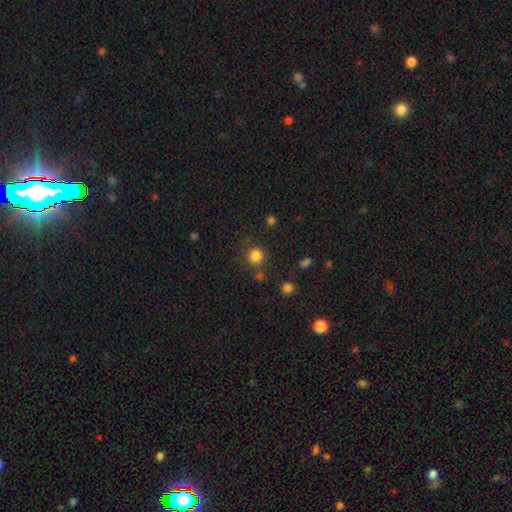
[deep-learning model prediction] Morphology: type=smooth (82%); roundness=round (90%); merging=none (78%).